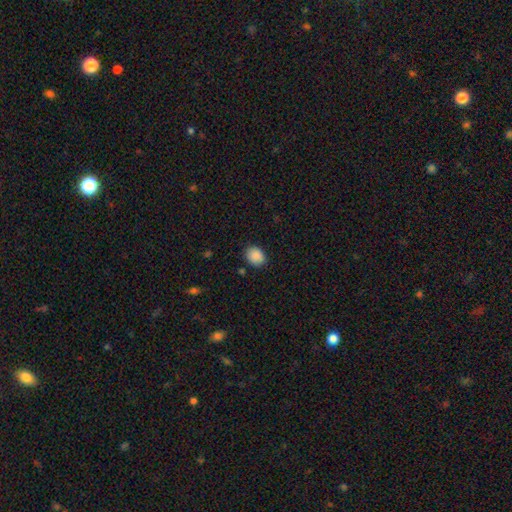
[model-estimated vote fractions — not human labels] Q: Smooth or featured?
A: smooth (88%); runner-up: star or artifact (8%)
Q: How rounded?
A: round (52%); runner-up: in between (47%)
Q: Merging?
A: none (85%); runner-up: minor disturbance (11%)